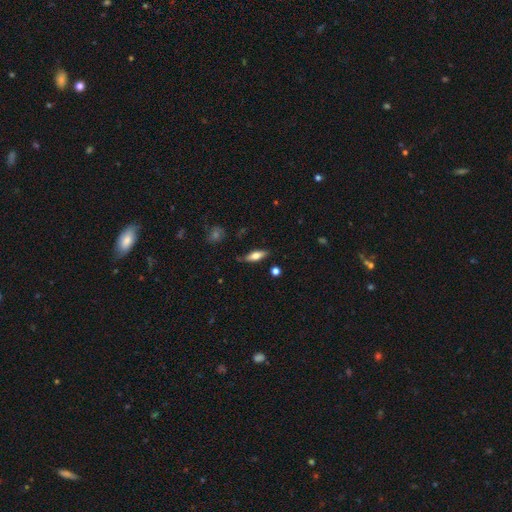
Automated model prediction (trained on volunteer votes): A smooth galaxy with no disk features (64%) that is in between round and cigar-shaped (60%).

Vote fractions:
- Smooth or featured? smooth: 64% / featured or disk: 29% / star or artifact: 7%
- How rounded? in between: 60% / cigar-shaped: 37% / round: 3%
- Merging? none: 81% / minor disturbance: 14% / major disturbance: 3% / merger: 2%